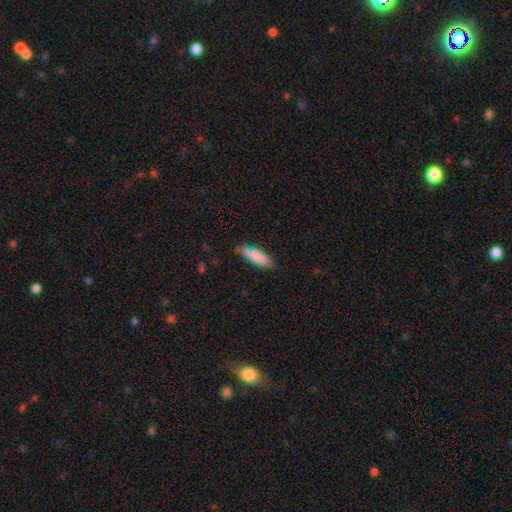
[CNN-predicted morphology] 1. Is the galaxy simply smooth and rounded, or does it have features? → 84% smooth, 9% featured or disk, 7% star or artifact.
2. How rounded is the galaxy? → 52% in between, 47% cigar-shaped, 2% round.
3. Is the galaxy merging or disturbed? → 67% none, 23% minor disturbance, 5% major disturbance, 5% merger.